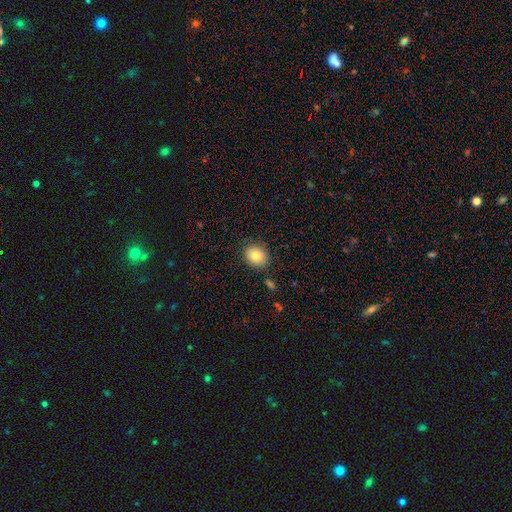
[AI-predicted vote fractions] smooth 81%, featured or disk 10%, star or artifact 9%. Down the decision tree: how rounded — round (67%); merging — none (86%).